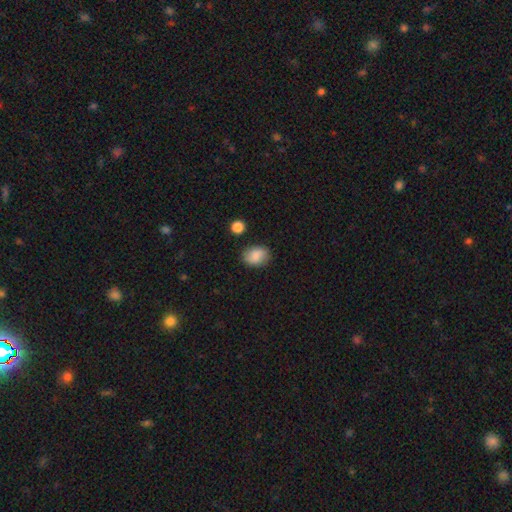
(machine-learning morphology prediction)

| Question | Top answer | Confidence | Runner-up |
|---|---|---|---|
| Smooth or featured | smooth | 85% | star or artifact (8%) |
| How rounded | in between | 69% | round (30%) |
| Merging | none | 80% | minor disturbance (14%) |